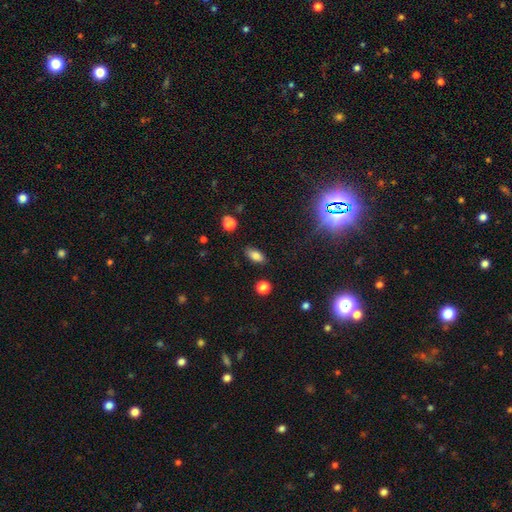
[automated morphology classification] Smooth or featured? smooth (80%)
How rounded? in between (86%)
Merging? none (87%)